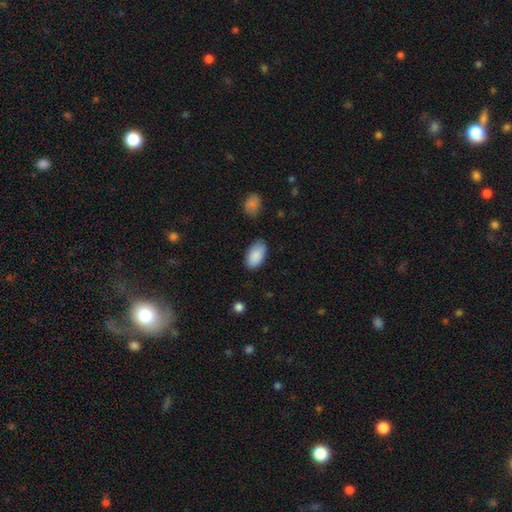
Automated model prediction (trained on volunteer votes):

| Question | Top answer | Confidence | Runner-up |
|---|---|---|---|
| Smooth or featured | smooth | 89% | star or artifact (6%) |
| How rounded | in between | 95% | round (3%) |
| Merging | none | 80% | minor disturbance (15%) |